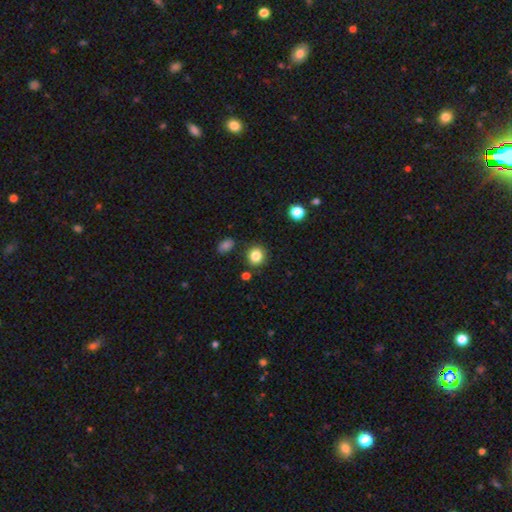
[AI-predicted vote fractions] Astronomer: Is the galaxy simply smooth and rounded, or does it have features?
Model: smooth — 85%.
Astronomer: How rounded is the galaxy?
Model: round — 84%.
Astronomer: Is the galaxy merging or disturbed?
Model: none — 86%.